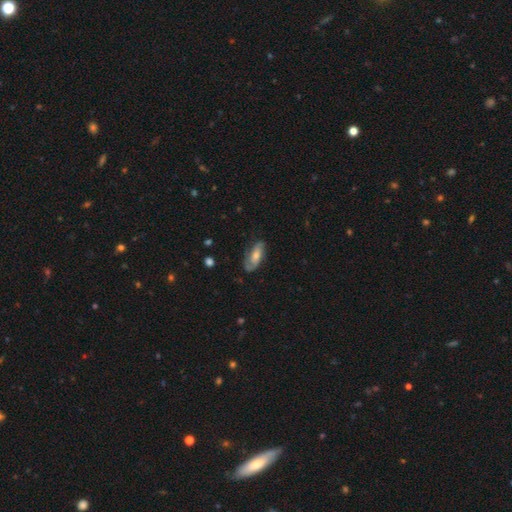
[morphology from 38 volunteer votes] smooth-or-featured: featured or disk: 66% | smooth: 34% | star or artifact: 0%
  disk-edge-on: no: 88% | yes: 12%
    bar: no: 55% | weak: 36% | strong: 9%
    has-spiral-arms: yes: 91% | no: 9%
      spiral-winding: medium: 60% | tight: 25% | loose: 15%
      spiral-arm-count: 2: 70% | 1: 25% | can't tell: 5% | 3: 0% | 4: 0% | more than 4: 0%
    bulge-size: moderate: 50% | small: 32% | large: 18% | dominant: 0% | none: 0%
  merging: none: 58% | minor disturbance: 34% | major disturbance: 8% | merger: 0%